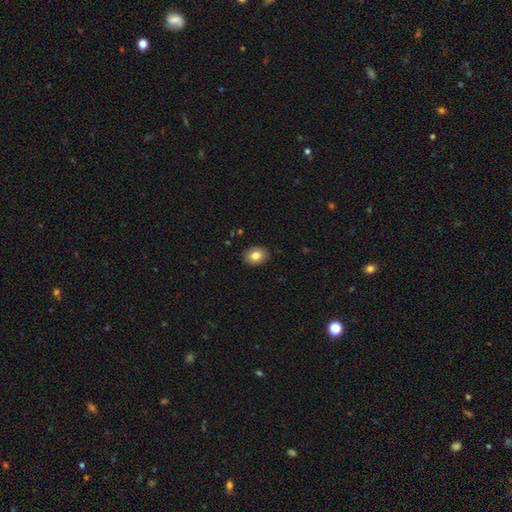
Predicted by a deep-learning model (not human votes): smooth_or_featured: smooth (p=0.81) [alt: featured or disk p=0.11]
how_rounded: in between (p=0.65) [alt: round p=0.34]
merging: none (p=0.89) [alt: minor disturbance p=0.08]